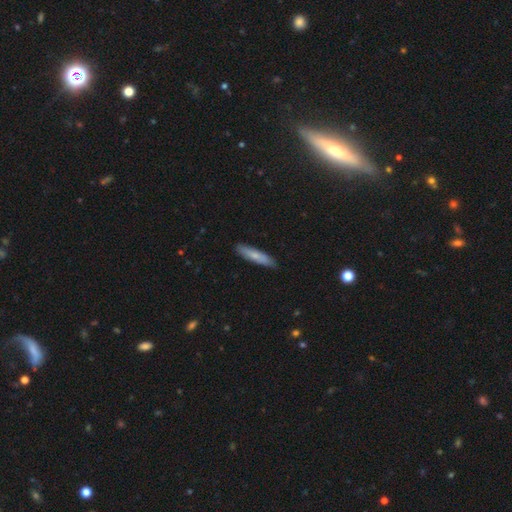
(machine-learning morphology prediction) Smooth or featured?
  - smooth: 73% *
  - featured or disk: 21%
  - star or artifact: 6%
How rounded?
  - cigar-shaped: 85% *
  - in between: 14%
  - round: 2%
Merging?
  - none: 89% *
  - minor disturbance: 9%
  - major disturbance: 2%
  - merger: 1%